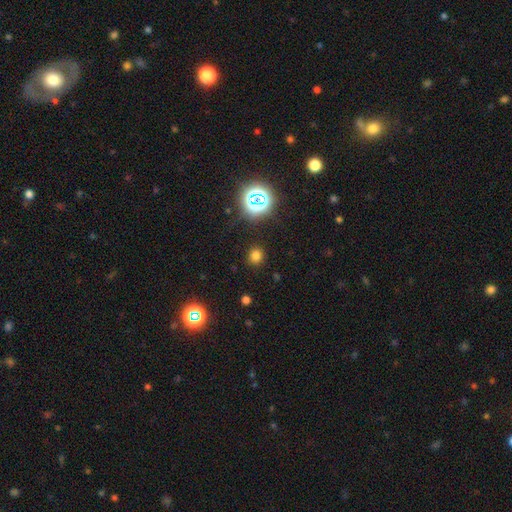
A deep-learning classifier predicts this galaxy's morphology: A smooth galaxy with no disk features (72%) that is round (85%). Merging: none (88%).